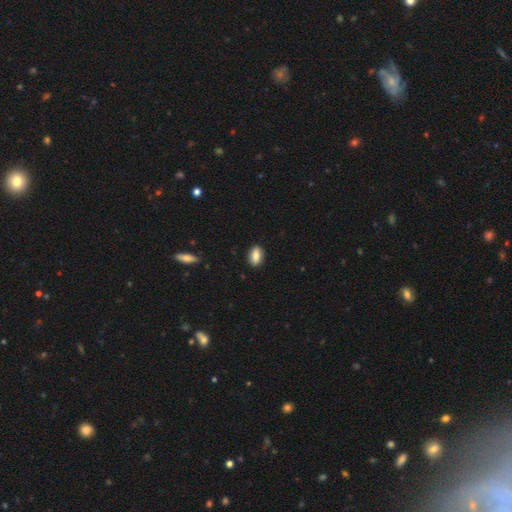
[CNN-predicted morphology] smooth_or_featured: smooth (p=0.82) [alt: featured or disk p=0.11]
how_rounded: in between (p=0.88) [alt: round p=0.08]
merging: none (p=0.89) [alt: minor disturbance p=0.08]